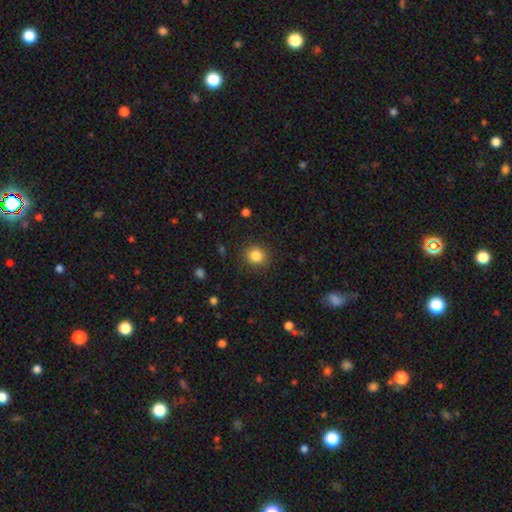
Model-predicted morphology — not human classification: This appears to be a smooth galaxy with no disk features (84%) that is round (86%). Merging: none (88%).